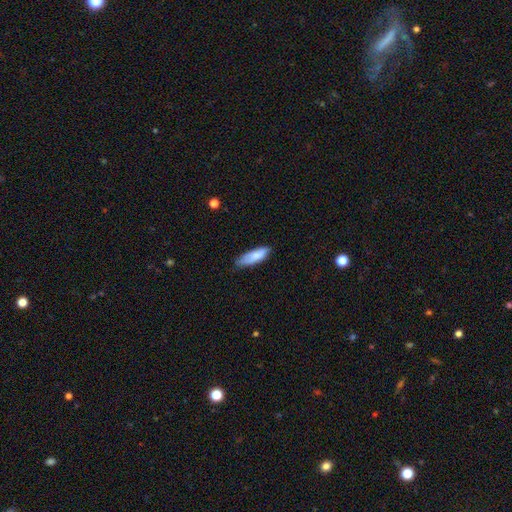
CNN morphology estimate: smooth-or-featured: smooth: 83% | featured or disk: 10% | star or artifact: 6%
  how-rounded: in between: 56% | cigar-shaped: 43% | round: 2%
  merging: none: 66% | minor disturbance: 28% | major disturbance: 5% | merger: 2%